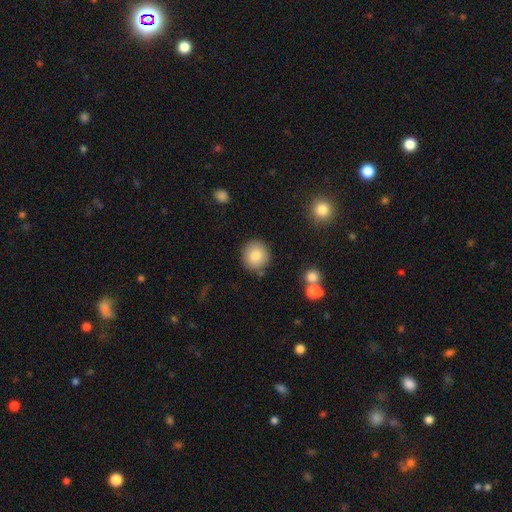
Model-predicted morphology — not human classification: This appears to be a smooth galaxy with no disk features (84%) that is round (91%). Merging: none (86%).